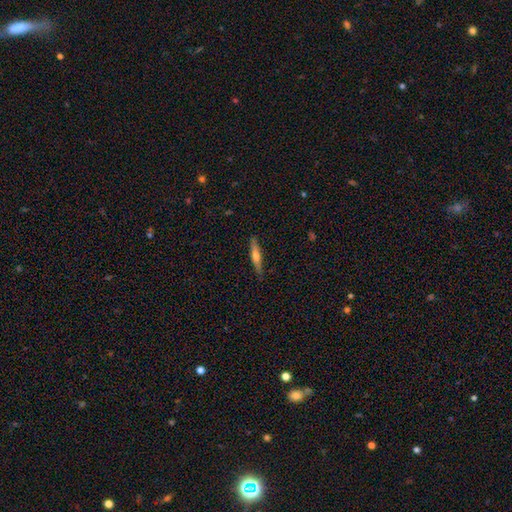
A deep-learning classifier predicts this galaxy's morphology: This appears to be a featured or disk galaxy (51%) viewed edge-on (95%). Merging: none (89%).